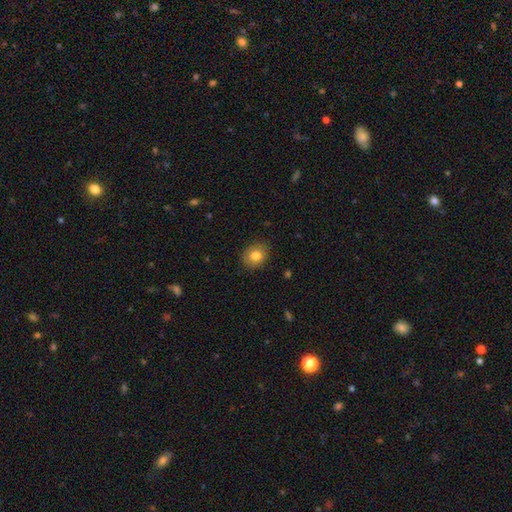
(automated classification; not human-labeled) A smooth galaxy with no disk features (81%) that is round (55%).

Vote fractions:
- Smooth or featured? smooth: 81% / featured or disk: 10% / star or artifact: 9%
- How rounded? round: 55% / in between: 44% / cigar-shaped: 1%
- Merging? none: 86% / minor disturbance: 11% / major disturbance: 2% / merger: 1%